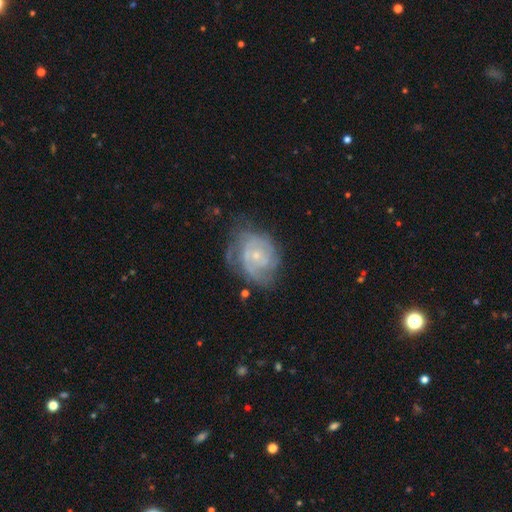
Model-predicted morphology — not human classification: This is likely a featured or disk galaxy (79%). It is clearly not viewed edge-on (97%). Bar: likely no (75%). Spiral arm pattern: clearly yes (88%). Spiral arm count: marginally can't tell (41%). Spiral winding: likely tight (62%). Central bulge: likely small (75%). Merging: possibly none (55%).